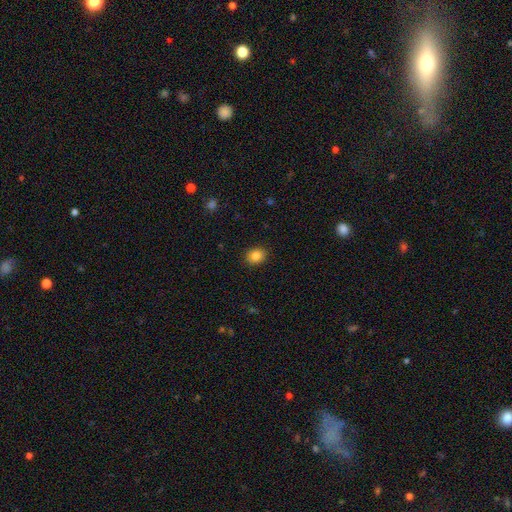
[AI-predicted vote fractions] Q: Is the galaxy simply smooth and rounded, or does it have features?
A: smooth — 84%.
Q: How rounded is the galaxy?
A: round — 57%.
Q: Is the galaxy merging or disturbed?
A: none — 90%.